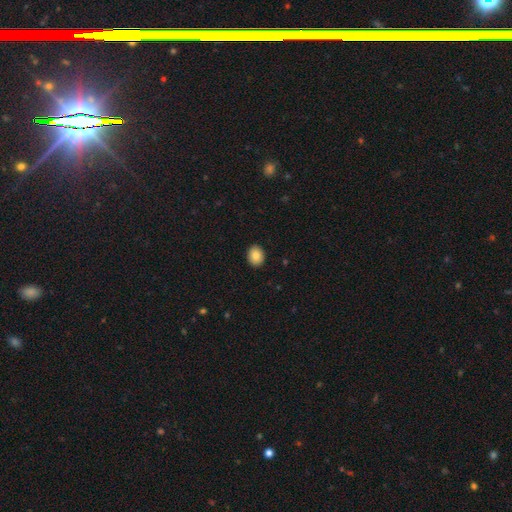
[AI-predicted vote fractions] A smooth galaxy with no disk features (84%) that is in between round and cigar-shaped (50%).

Vote fractions:
- Smooth or featured? smooth: 84% / star or artifact: 8% / featured or disk: 7%
- How rounded? in between: 50% / round: 49% / cigar-shaped: 1%
- Merging? none: 91% / minor disturbance: 6% / major disturbance: 2% / merger: 1%